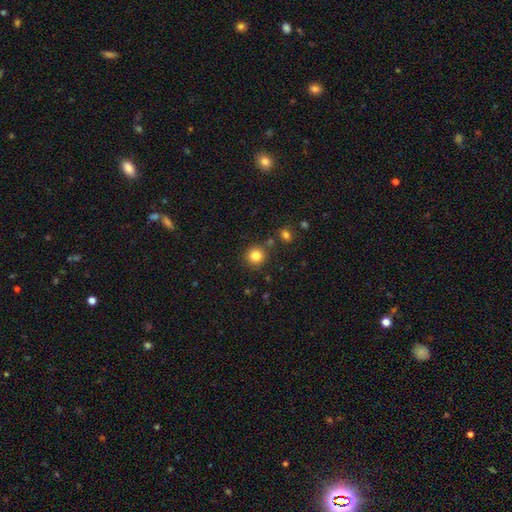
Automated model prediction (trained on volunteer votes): smooth 83%, star or artifact 11%, featured or disk 6%. Down the decision tree: how rounded — round (93%); merging — none (84%).